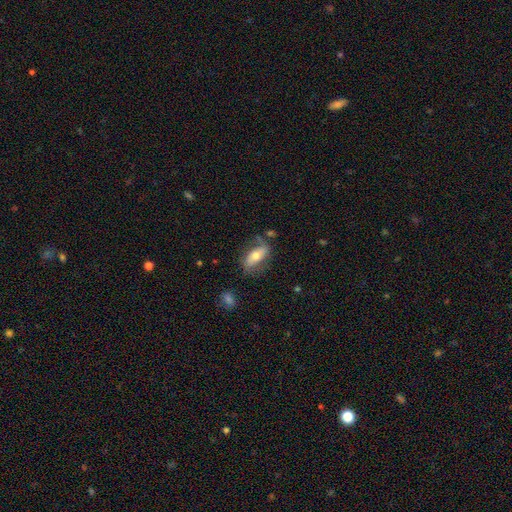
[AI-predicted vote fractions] smooth-or-featured: smooth: 54% | featured or disk: 40% | star or artifact: 7%
  how-rounded: in between: 81% | cigar-shaped: 15% | round: 4%
  merging: none: 65% | minor disturbance: 21% | major disturbance: 9% | merger: 5%